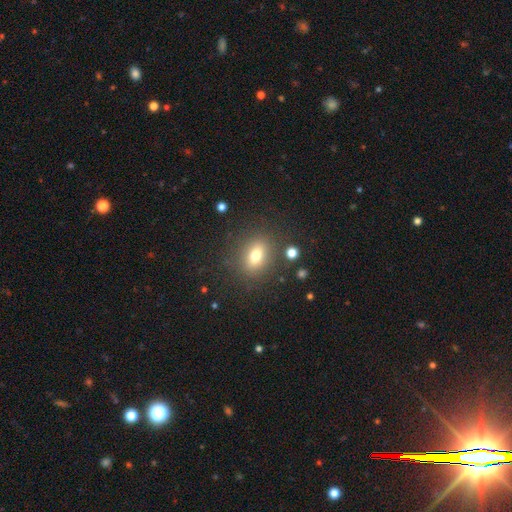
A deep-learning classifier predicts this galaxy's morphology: A smooth galaxy with no disk features (73%) that is in between round and cigar-shaped (66%).

Vote fractions:
- Smooth or featured? smooth: 73% / featured or disk: 15% / star or artifact: 13%
- How rounded? in between: 66% / round: 31% / cigar-shaped: 3%
- Merging? none: 82% / minor disturbance: 10% / major disturbance: 5% / merger: 3%